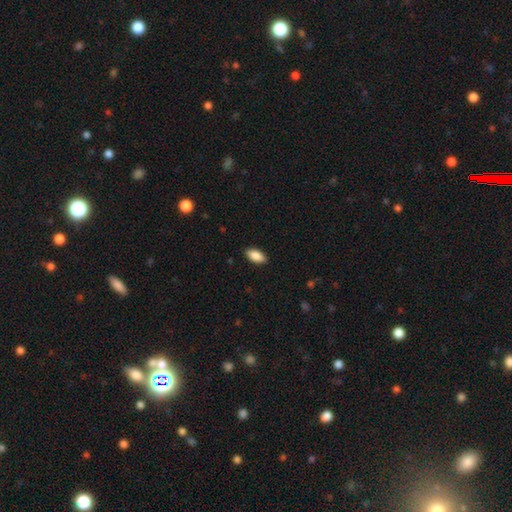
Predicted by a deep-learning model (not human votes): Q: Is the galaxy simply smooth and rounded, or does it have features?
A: smooth — 88%.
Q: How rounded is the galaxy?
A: in between — 91%.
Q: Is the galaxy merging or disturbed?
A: none — 89%.